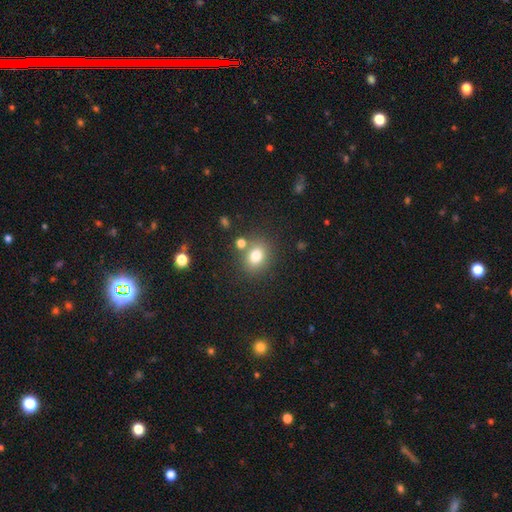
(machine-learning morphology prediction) smooth 78%, star or artifact 13%, featured or disk 9%. Down the decision tree: how rounded — round (59%); merging — none (73%).